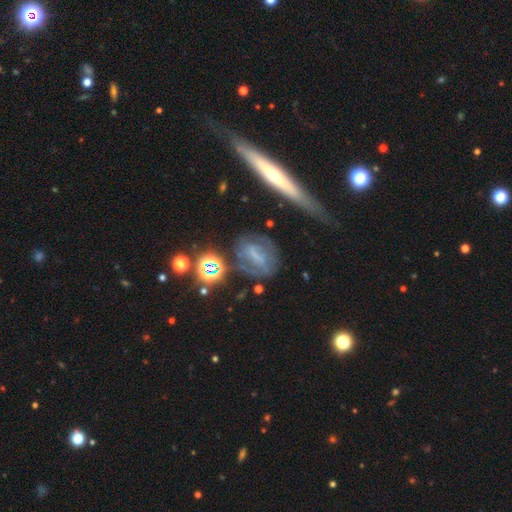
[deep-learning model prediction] featured or disk 55%, smooth 30%, star or artifact 15%. Down the decision tree: edge-on disk — no (83%); merging — none (60%).